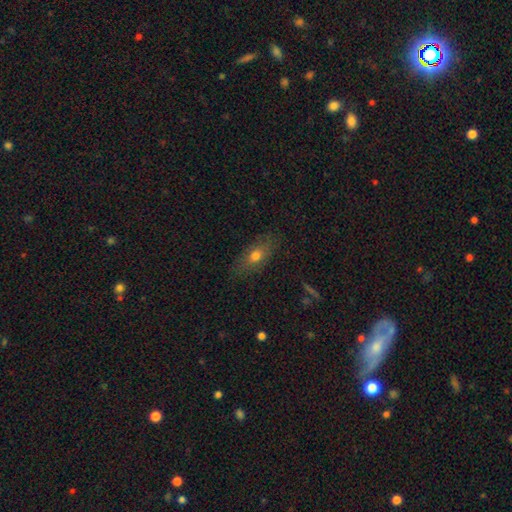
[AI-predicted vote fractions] Q: Smooth or featured?
A: smooth (69%); runner-up: featured or disk (21%)
Q: How rounded?
A: in between (74%); runner-up: cigar-shaped (17%)
Q: Merging?
A: none (79%); runner-up: minor disturbance (15%)